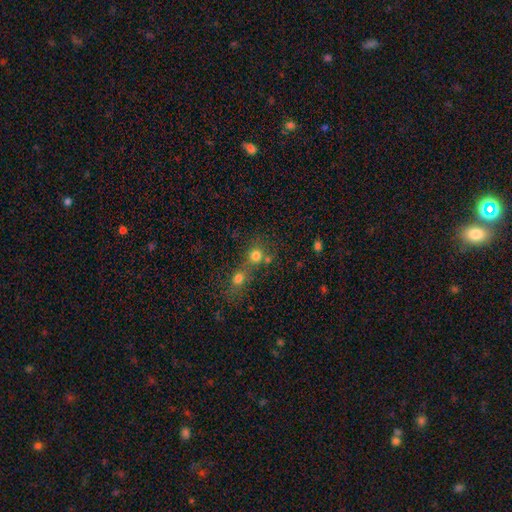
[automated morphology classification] The model was most divided on "merging" (2-way tie): merger: 45%, none: 45%, minor disturbance: 6%, major disturbance: 4%. More confident: how rounded — round (87%); smooth or featured — smooth (75%).